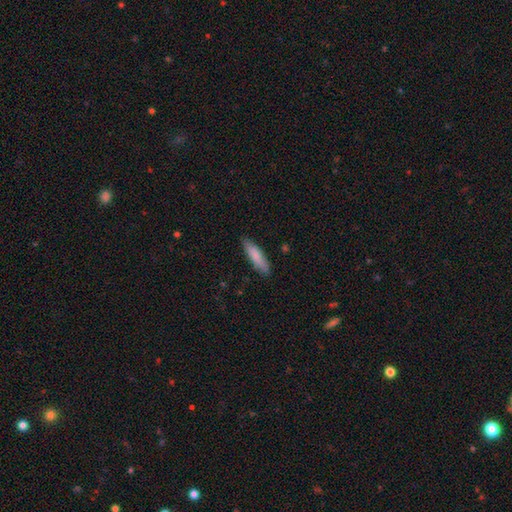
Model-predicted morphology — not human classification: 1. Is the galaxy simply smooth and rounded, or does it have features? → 82% smooth, 13% featured or disk, 6% star or artifact.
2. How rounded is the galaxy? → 73% cigar-shaped, 25% in between, 1% round.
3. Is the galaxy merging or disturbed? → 86% none, 11% minor disturbance, 2% major disturbance, 1% merger.